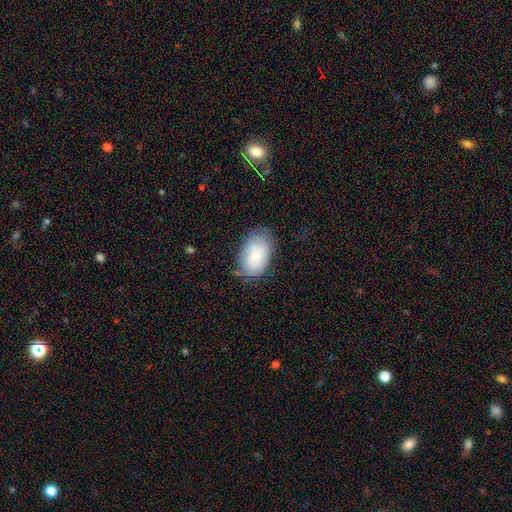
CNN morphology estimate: This appears to be a smooth galaxy with no disk features (67%) that is in between round and cigar-shaped (90%). Merging: none (64%).